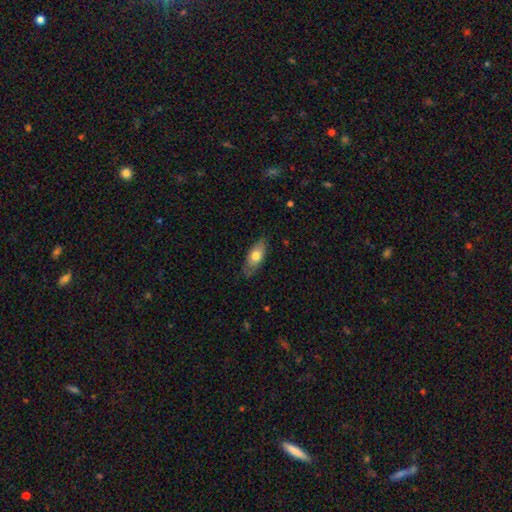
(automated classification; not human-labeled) A smooth galaxy with no disk features (66%) that is in between round and cigar-shaped (81%). Merging: none (75%).